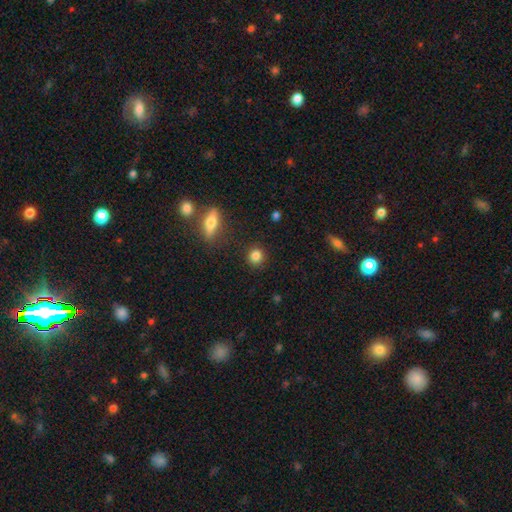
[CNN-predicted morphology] Smooth or featured? smooth (85%)
How rounded? round (87%)
Merging? none (89%)